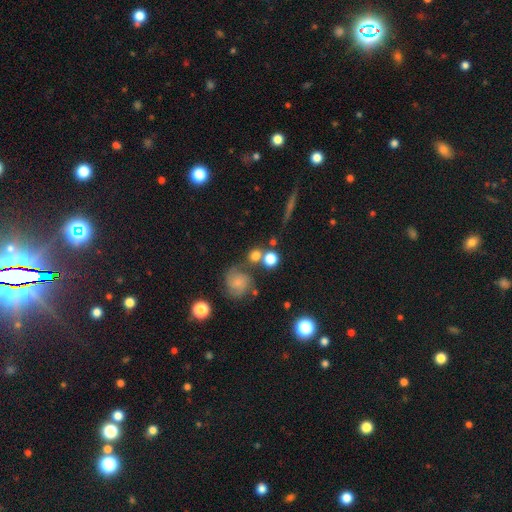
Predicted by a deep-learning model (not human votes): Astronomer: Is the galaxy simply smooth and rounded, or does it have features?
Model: smooth — 72%.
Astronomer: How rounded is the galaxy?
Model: round — 87%.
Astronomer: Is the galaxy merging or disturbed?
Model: none — 61%.